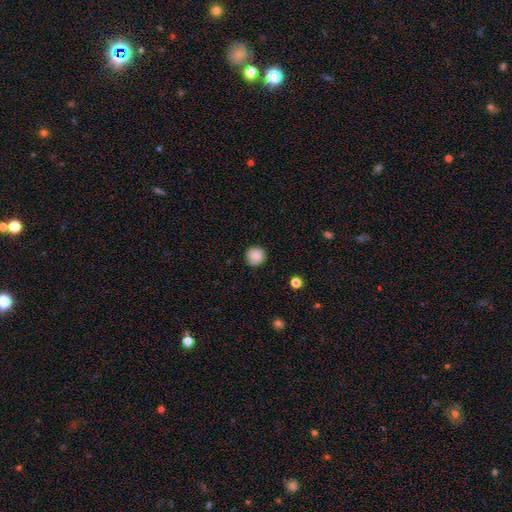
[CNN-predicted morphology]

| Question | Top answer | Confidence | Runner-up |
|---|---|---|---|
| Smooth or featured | smooth | 86% | star or artifact (9%) |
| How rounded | round | 94% | in between (5%) |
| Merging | none | 88% | minor disturbance (9%) |